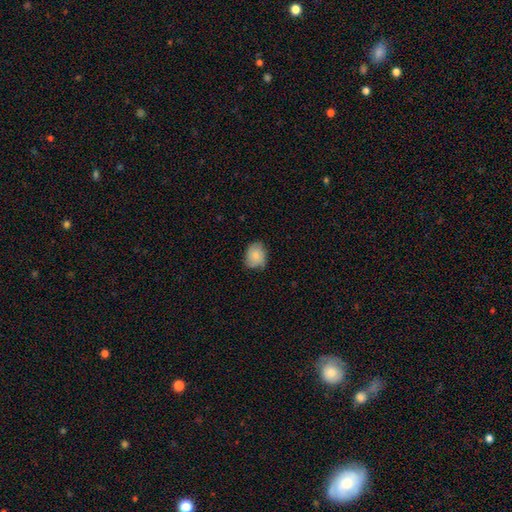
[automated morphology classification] A smooth galaxy with no disk features (77%) that is round (57%).

Vote fractions:
- Smooth or featured? smooth: 77% / featured or disk: 16% / star or artifact: 7%
- How rounded? round: 57% / in between: 42% / cigar-shaped: 1%
- Merging? none: 68% / minor disturbance: 27% / major disturbance: 4% / merger: 1%